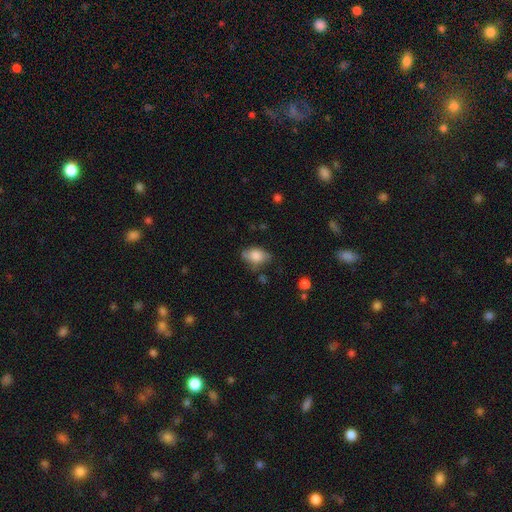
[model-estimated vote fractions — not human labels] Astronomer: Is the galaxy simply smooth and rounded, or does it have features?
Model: smooth — 78%.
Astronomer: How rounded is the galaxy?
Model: in between — 84%.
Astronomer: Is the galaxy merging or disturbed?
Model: none — 57%.